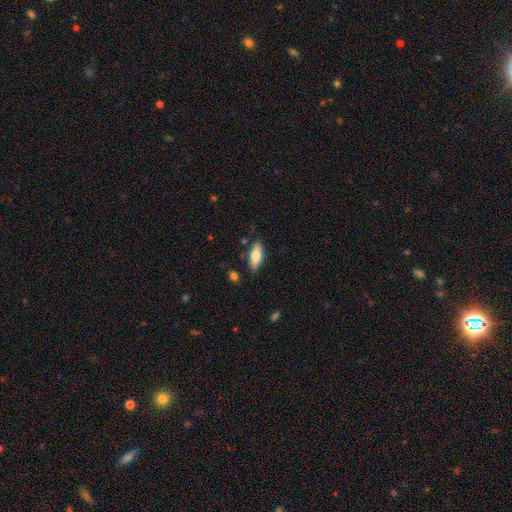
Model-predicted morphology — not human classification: Q: Smooth or featured?
A: smooth (77%); runner-up: featured or disk (17%)
Q: How rounded?
A: in between (78%); runner-up: cigar-shaped (20%)
Q: Merging?
A: none (84%); runner-up: minor disturbance (11%)